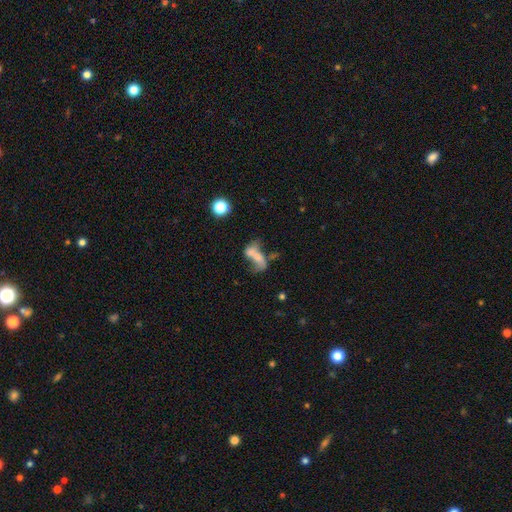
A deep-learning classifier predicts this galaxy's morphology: smooth_or_featured: smooth (p=0.44) [alt: featured or disk p=0.43]
merging: merger (p=0.59) [alt: none p=0.16]